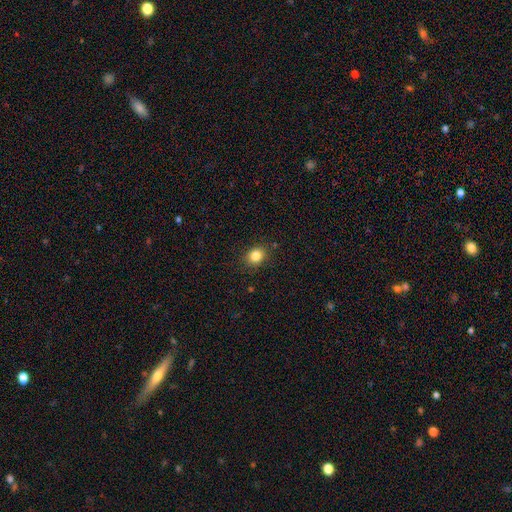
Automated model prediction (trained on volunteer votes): Smooth or featured?
  - smooth: 84% *
  - star or artifact: 11%
  - featured or disk: 6%
How rounded?
  - round: 58% *
  - in between: 41%
  - cigar-shaped: 1%
Merging?
  - none: 87% *
  - minor disturbance: 9%
  - major disturbance: 2%
  - merger: 1%